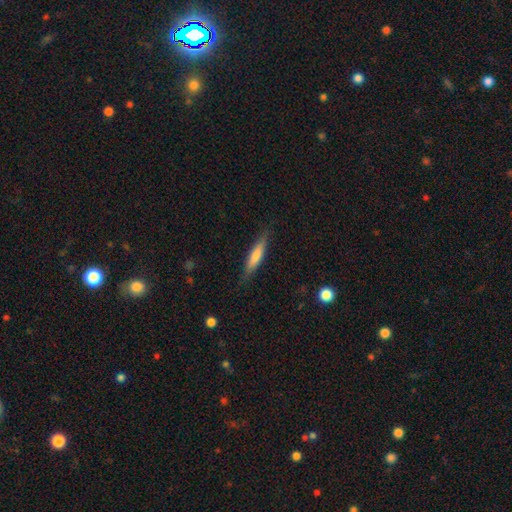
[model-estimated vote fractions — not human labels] smooth-or-featured: smooth: 64% | featured or disk: 30% | star or artifact: 6%
  how-rounded: cigar-shaped: 87% | in between: 12% | round: 1%
  merging: none: 84% | minor disturbance: 12% | major disturbance: 2% | merger: 1%